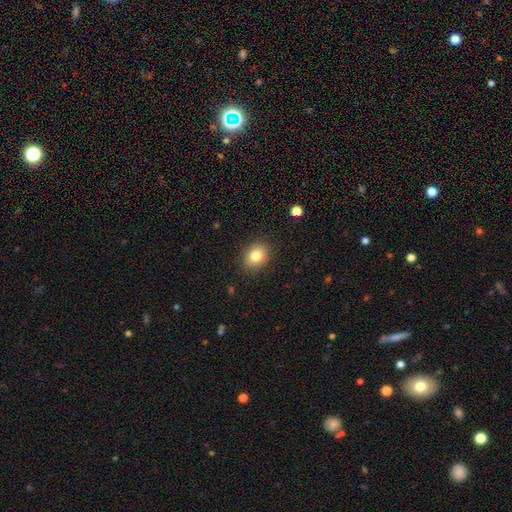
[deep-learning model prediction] This is clearly a smooth galaxy (81%). How rounded: possibly in between (54%). Merging: clearly none (87%).